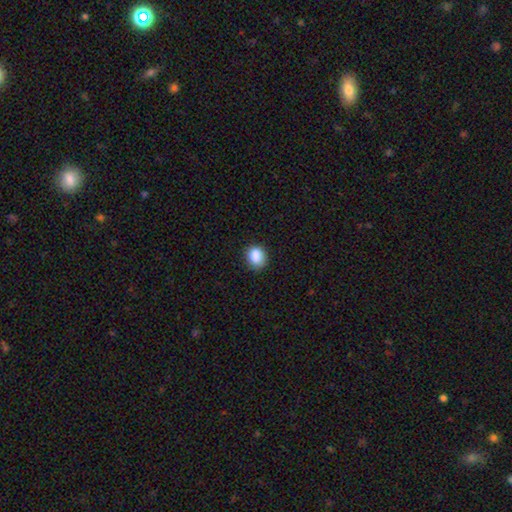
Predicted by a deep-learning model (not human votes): smooth-or-featured: smooth: 87% | star or artifact: 9% | featured or disk: 4%
  how-rounded: round: 57% | in between: 42% | cigar-shaped: 1%
  merging: none: 81% | minor disturbance: 15% | major disturbance: 3% | merger: 1%